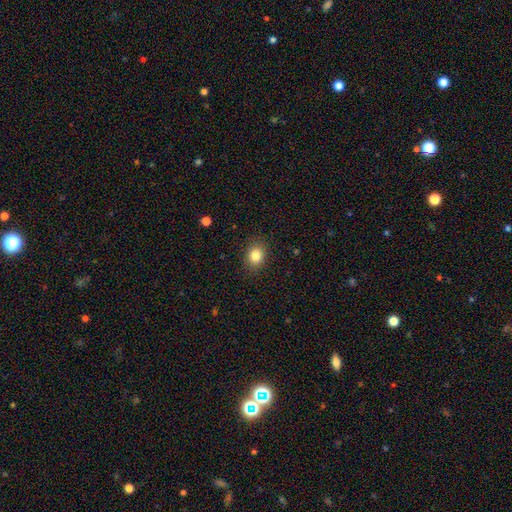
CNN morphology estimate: smooth 84%, star or artifact 11%, featured or disk 6%. Down the decision tree: how rounded — round (54%); merging — none (87%).